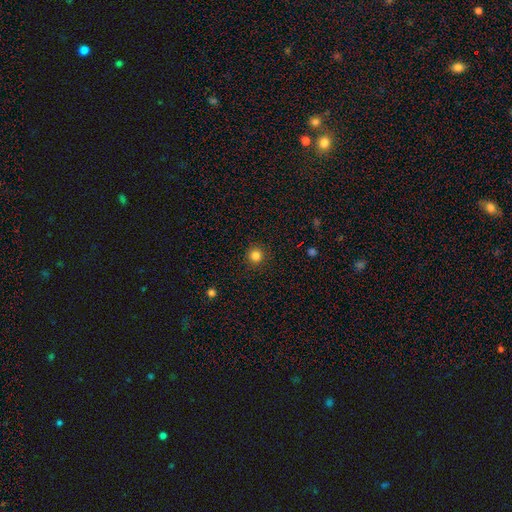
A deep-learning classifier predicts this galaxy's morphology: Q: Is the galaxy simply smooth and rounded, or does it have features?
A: smooth — 84%.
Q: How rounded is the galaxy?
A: round — 95%.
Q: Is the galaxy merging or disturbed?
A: none — 91%.